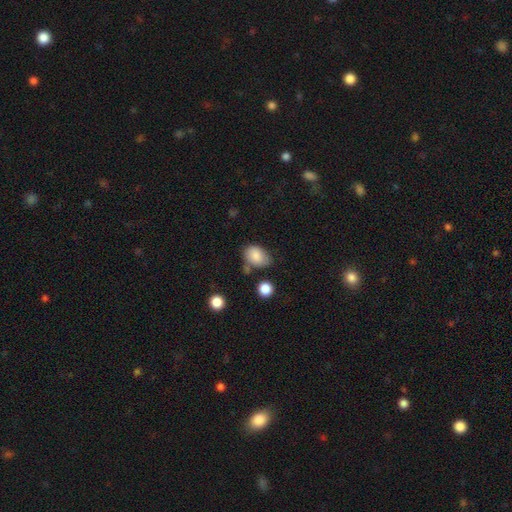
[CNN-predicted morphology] This appears to be a smooth galaxy with no disk features (83%) that is in between round and cigar-shaped (77%). Merging: none (57%).